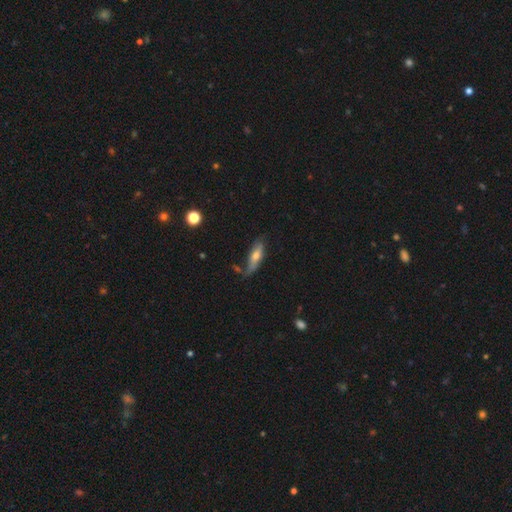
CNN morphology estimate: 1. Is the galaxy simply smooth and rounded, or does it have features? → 56% smooth, 38% featured or disk, 7% star or artifact.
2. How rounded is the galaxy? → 51% cigar-shaped, 46% in between, 3% round.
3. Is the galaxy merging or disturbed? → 56% none, 28% minor disturbance, 10% major disturbance, 6% merger.